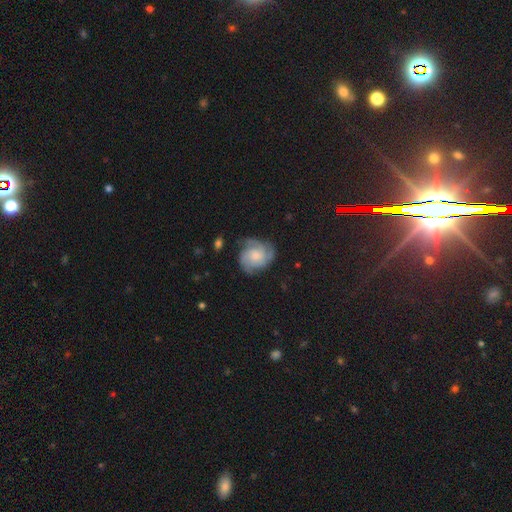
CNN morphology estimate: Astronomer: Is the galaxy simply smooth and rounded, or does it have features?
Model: featured or disk — 71%.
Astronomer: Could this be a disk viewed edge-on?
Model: no — 98%.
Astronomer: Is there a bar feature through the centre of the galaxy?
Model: no — 73%.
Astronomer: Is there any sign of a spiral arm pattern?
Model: yes — 94%.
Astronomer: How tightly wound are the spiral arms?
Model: tight — 52% (runner-up: medium, 37%).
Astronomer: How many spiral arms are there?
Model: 3 — 40% (runner-up: can't tell, 21%).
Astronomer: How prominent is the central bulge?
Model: moderate — 45% (runner-up: small, 32%).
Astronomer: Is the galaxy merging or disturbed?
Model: none — 68%.